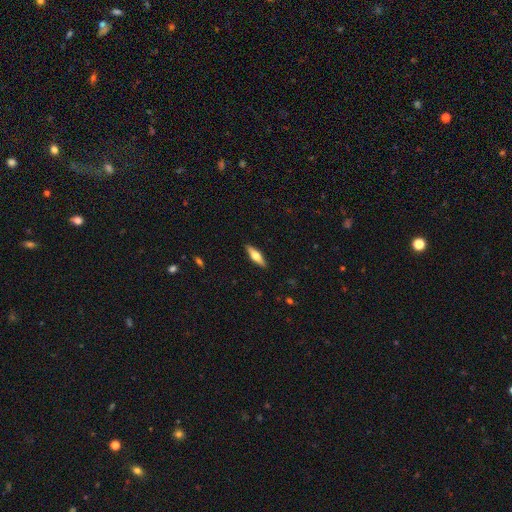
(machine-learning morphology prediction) type=featured or disk (50%); merging=none (90%).